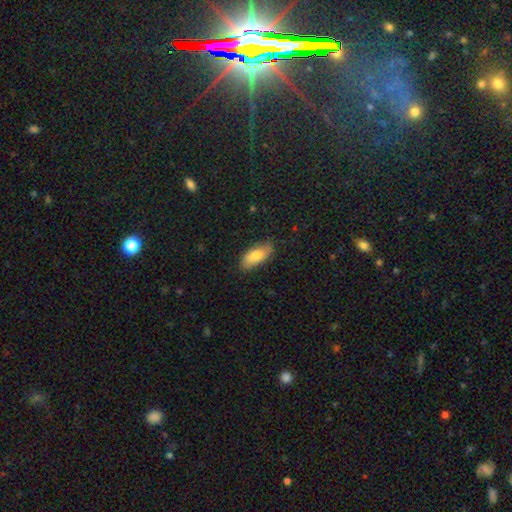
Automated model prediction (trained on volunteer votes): Morphology: type=smooth (83%); roundness=in between (86%); merging=none (81%).